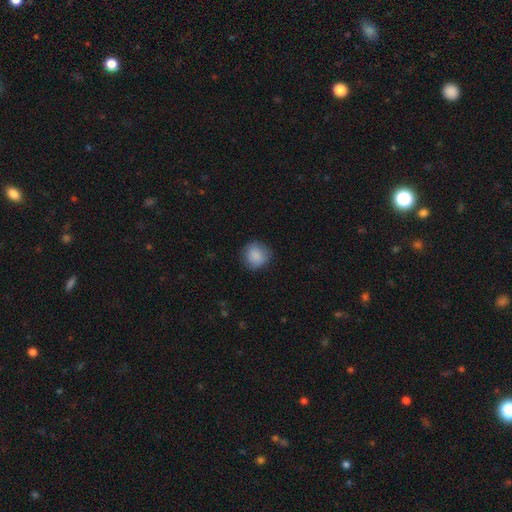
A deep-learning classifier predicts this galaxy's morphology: Smooth or featured? Predicted: smooth (p=0.87). How rounded? Predicted: round (p=0.89). Merging? Predicted: none (p=0.82).